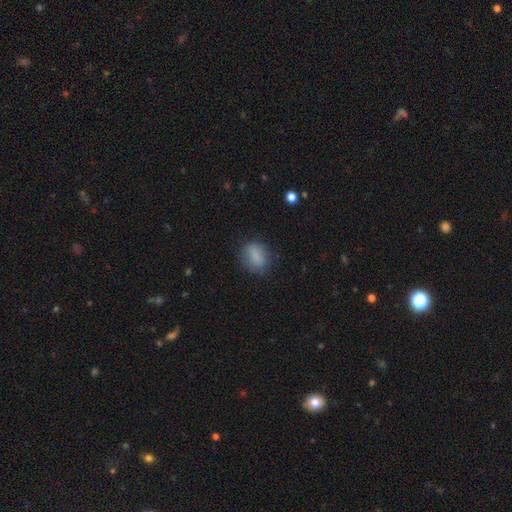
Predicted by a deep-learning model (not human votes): A smooth galaxy with no disk features (84%) that is in between round and cigar-shaped (65%).

Vote fractions:
- Smooth or featured? smooth: 84% / star or artifact: 9% / featured or disk: 8%
- How rounded? in between: 65% / round: 33% / cigar-shaped: 2%
- Merging? none: 76% / minor disturbance: 17% / major disturbance: 5% / merger: 1%